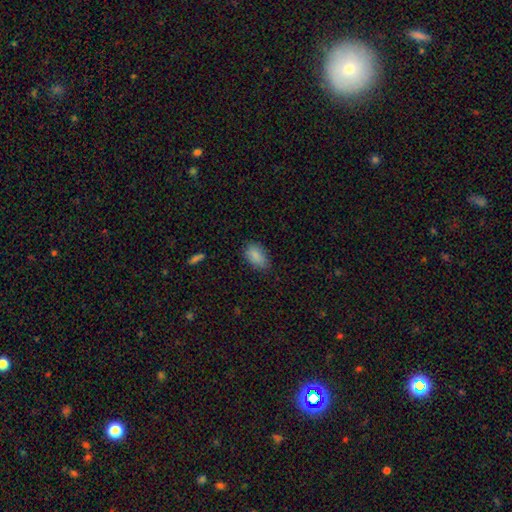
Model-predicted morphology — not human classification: Smooth or featured?
  - smooth: 86% *
  - star or artifact: 8%
  - featured or disk: 6%
How rounded?
  - in between: 91% *
  - round: 7%
  - cigar-shaped: 2%
Merging?
  - none: 76% *
  - minor disturbance: 19%
  - major disturbance: 4%
  - merger: 1%